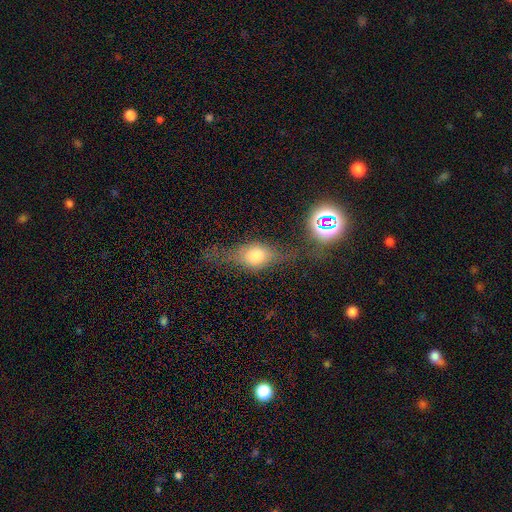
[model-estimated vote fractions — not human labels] smooth-or-featured: smooth: 53% | featured or disk: 35% | star or artifact: 12%
  how-rounded: in between: 58% | round: 31% | cigar-shaped: 11%
  merging: none: 53% | minor disturbance: 21% | major disturbance: 16% | merger: 10%